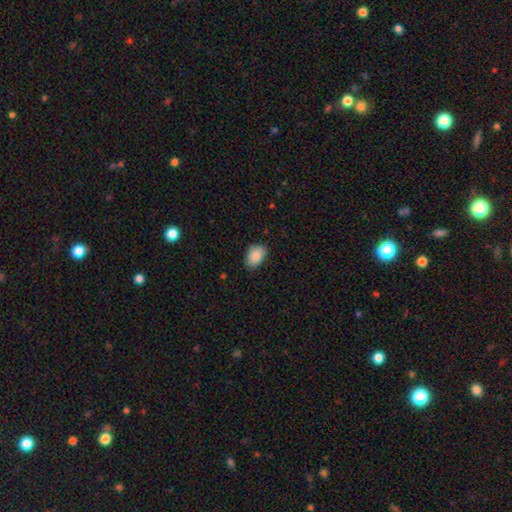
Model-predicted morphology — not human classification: smooth_or_featured: smooth (p=0.89) [alt: star or artifact p=0.07]
how_rounded: in between (p=0.86) [alt: round p=0.12]
merging: none (p=0.81) [alt: minor disturbance p=0.15]